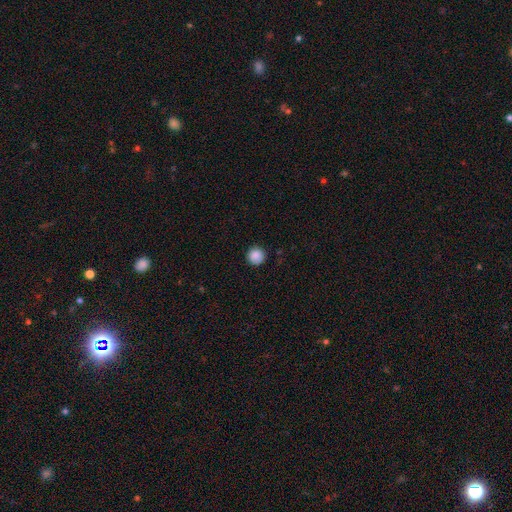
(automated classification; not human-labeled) Smooth or featured? Predicted: smooth (p=0.88). How rounded? Predicted: round (p=0.96). Merging? Predicted: none (p=0.90).